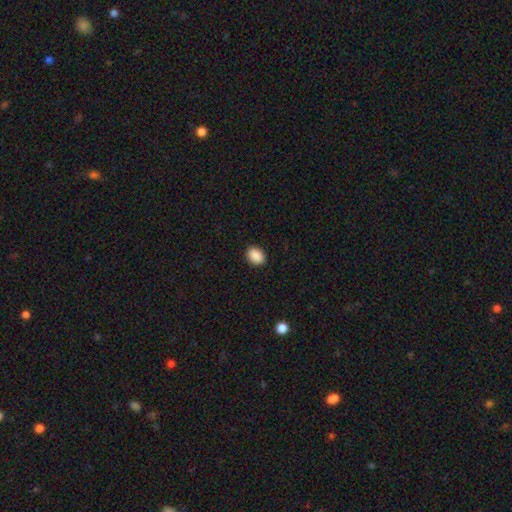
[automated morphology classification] smooth-or-featured: smooth: 90% | star or artifact: 8% | featured or disk: 2%
  how-rounded: in between: 75% | round: 24% | cigar-shaped: 1%
  merging: none: 90% | minor disturbance: 7% | major disturbance: 2% | merger: 1%